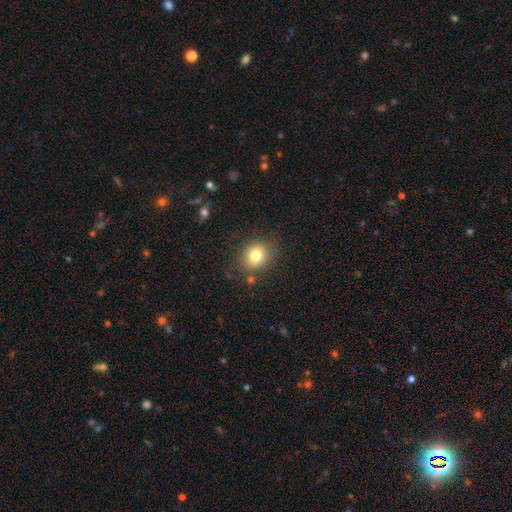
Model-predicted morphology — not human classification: Overall: smooth (79%). How rounded: round (67%; in between 32%). Merging: none (79%).